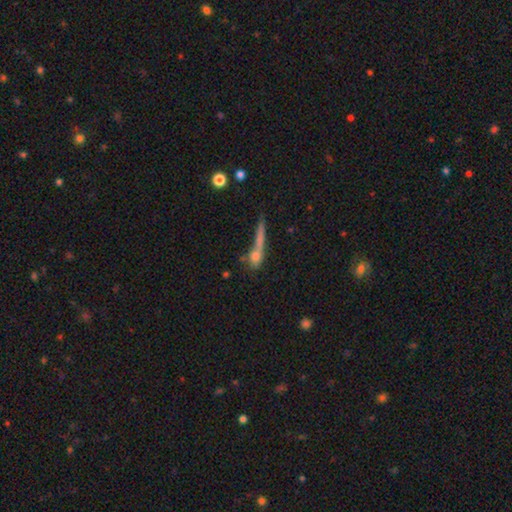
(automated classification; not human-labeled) Smooth or featured: smooth — 60% (featured or disk — 26%)
How rounded: cigar-shaped — 55% (in between — 24%)
Merging: none — 40% (merger — 27%)